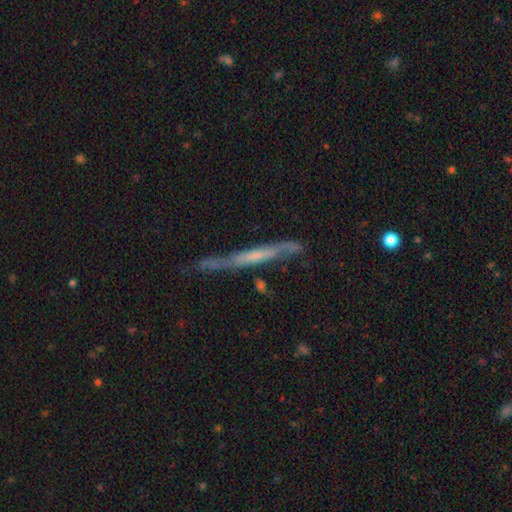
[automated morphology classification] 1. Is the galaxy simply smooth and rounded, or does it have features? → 65% featured or disk, 28% smooth, 7% star or artifact.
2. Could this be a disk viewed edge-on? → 81% yes, 19% no.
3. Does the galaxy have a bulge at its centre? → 69% none, 17% rounded, 14% boxy.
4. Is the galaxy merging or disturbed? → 56% none, 28% minor disturbance, 11% major disturbance, 5% merger.